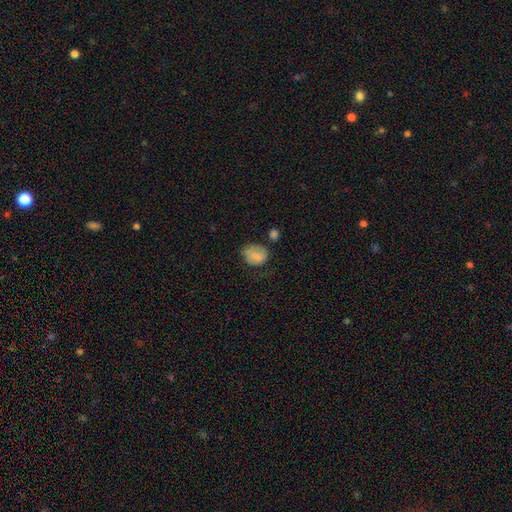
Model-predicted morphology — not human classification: type=smooth (80%); roundness=in between (53%); merging=none (54%).